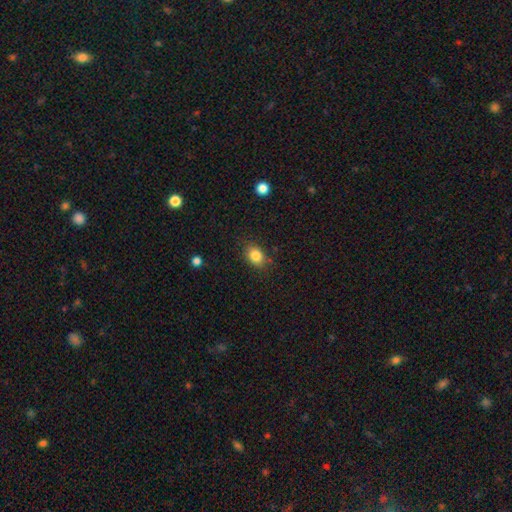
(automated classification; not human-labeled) Smooth or featured?
  - smooth: 84% *
  - star or artifact: 10%
  - featured or disk: 6%
How rounded?
  - in between: 62% *
  - round: 37%
  - cigar-shaped: 1%
Merging?
  - none: 81% *
  - minor disturbance: 14%
  - major disturbance: 3%
  - merger: 2%